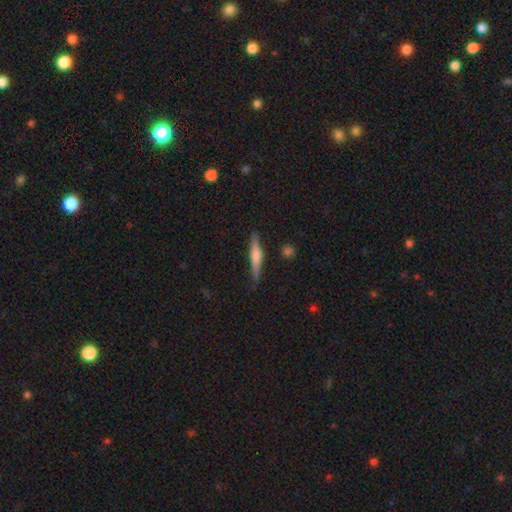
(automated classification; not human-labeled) A featured or disk galaxy (54%) viewed edge-on (97%) with a rounded central bulge (77%).

Vote fractions:
- Smooth or featured? featured or disk: 54% / smooth: 40% / star or artifact: 6%
- Edge-on disk? yes: 97% / no: 3%
- Edge-on bulge? rounded: 77% / boxy: 12% / none: 11%
- Merging? none: 86% / minor disturbance: 10% / major disturbance: 2% / merger: 2%